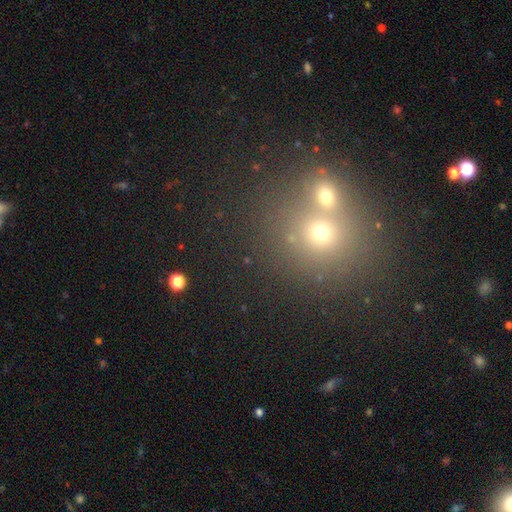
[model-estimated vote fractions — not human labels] A smooth galaxy with no disk features (51%) that is round (85%). Merging: none (47%).